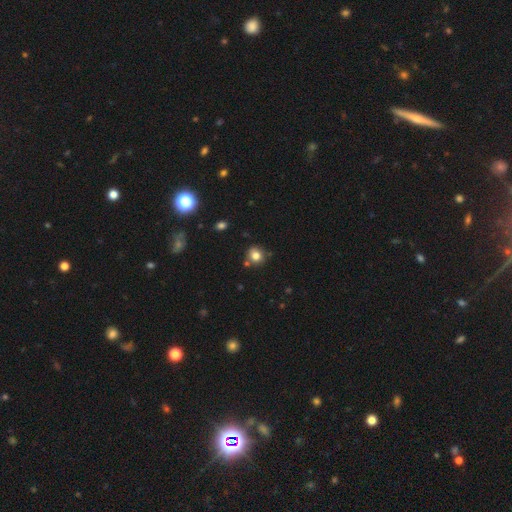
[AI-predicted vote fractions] The model was most divided on "merging": none: 74%, minor disturbance: 15%, merger: 8%, major disturbance: 3%. More confident: how rounded — round (82%); smooth or featured — smooth (79%).